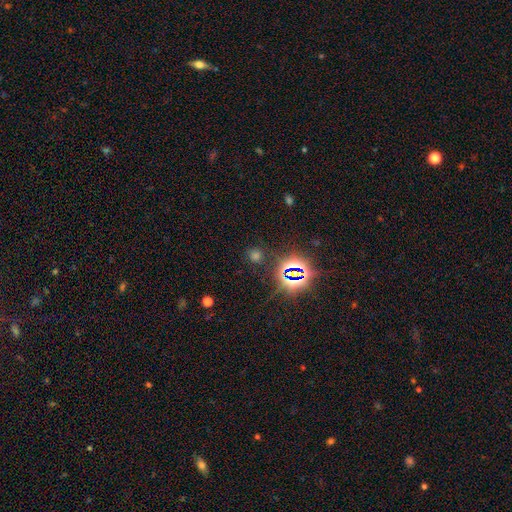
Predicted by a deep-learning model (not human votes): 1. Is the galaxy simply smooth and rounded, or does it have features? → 51% star or artifact, 42% smooth, 7% featured or disk.